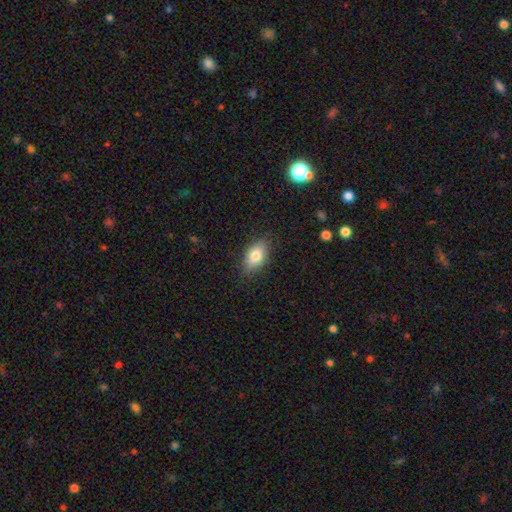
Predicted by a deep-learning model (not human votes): smooth_or_featured: smooth (p=0.77) [alt: featured or disk p=0.15]
how_rounded: in between (p=0.88) [alt: round p=0.07]
merging: none (p=0.84) [alt: minor disturbance p=0.13]